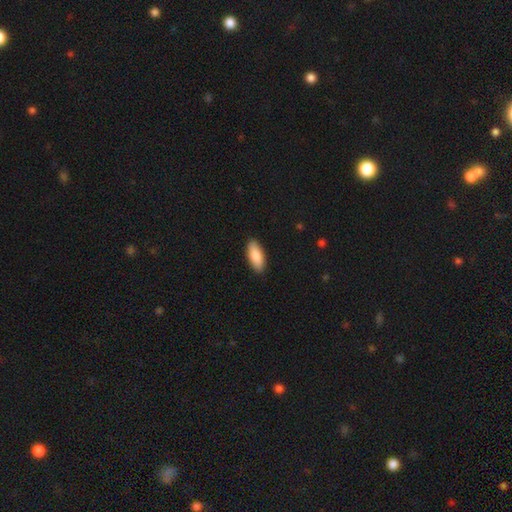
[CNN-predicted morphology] smooth 87%, featured or disk 8%, star or artifact 5%. Down the decision tree: how rounded — in between (81%); merging — none (90%).